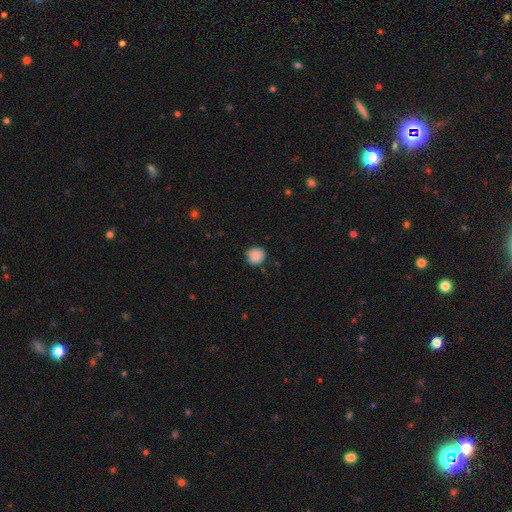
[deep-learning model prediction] smooth-or-featured: smooth: 88% | star or artifact: 8% | featured or disk: 3%
  how-rounded: round: 85% | in between: 14% | cigar-shaped: 1%
  merging: none: 81% | minor disturbance: 15% | major disturbance: 3% | merger: 1%